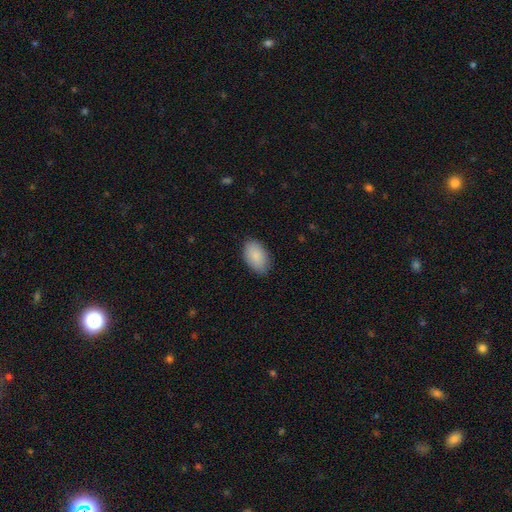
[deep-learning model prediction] A smooth galaxy with no disk features (88%) that is in between round and cigar-shaped (93%).

Vote fractions:
- Smooth or featured? smooth: 88% / star or artifact: 6% / featured or disk: 6%
- How rounded? in between: 93% / round: 6% / cigar-shaped: 1%
- Merging? none: 84% / minor disturbance: 12% / major disturbance: 2% / merger: 1%